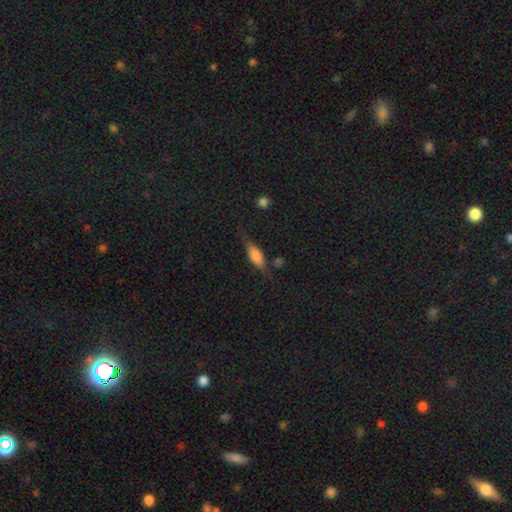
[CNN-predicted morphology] smooth 60%, featured or disk 31%, star or artifact 8%. Down the decision tree: how rounded — in between (64%); merging — none (65%).